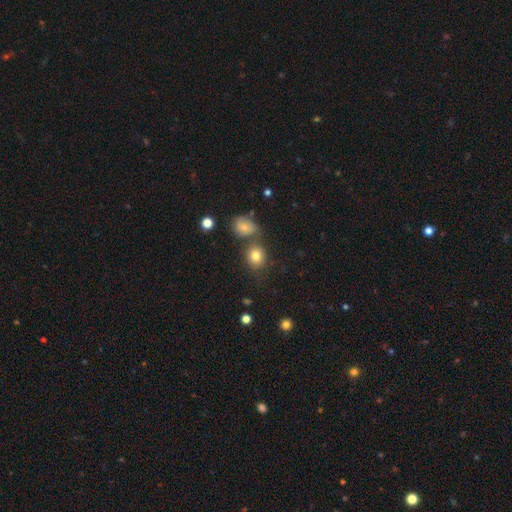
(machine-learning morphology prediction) smooth 80%, star or artifact 12%, featured or disk 8%. Down the decision tree: how rounded — round (67%); merging — none (68%).